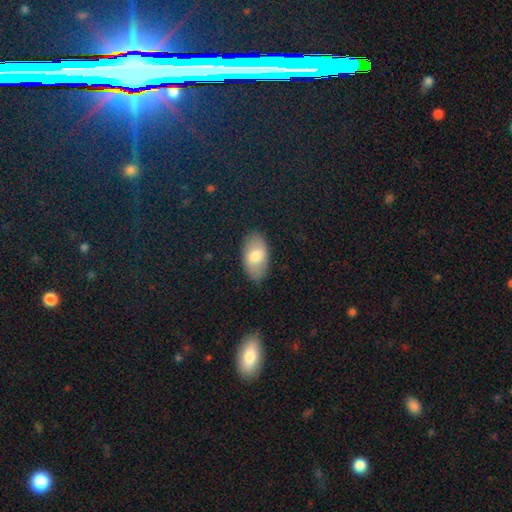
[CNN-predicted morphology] smooth_or_featured: smooth (p=0.72) [alt: featured or disk p=0.21]
how_rounded: in between (p=0.94) [alt: round p=0.04]
merging: none (p=0.85) [alt: minor disturbance p=0.11]